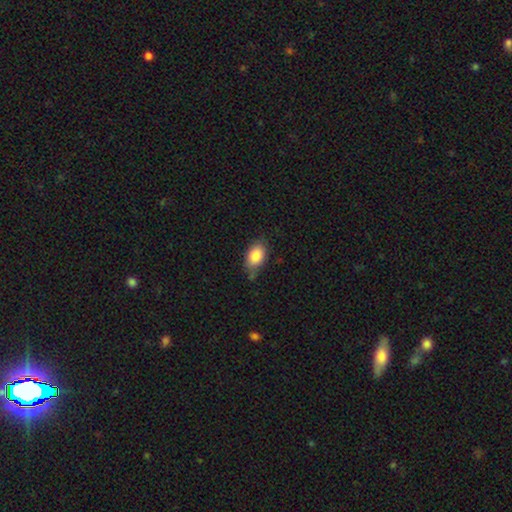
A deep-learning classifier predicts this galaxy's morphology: The model was most divided on "merging": none: 66%, minor disturbance: 26%, major disturbance: 5%, merger: 3%. More confident: how rounded — in between (88%); smooth or featured — smooth (85%).